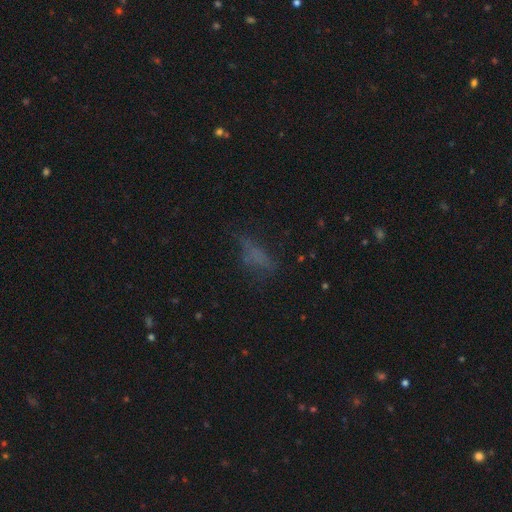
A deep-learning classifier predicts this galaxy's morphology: smooth-or-featured: smooth: 49% | star or artifact: 26% | featured or disk: 25%
  merging: none: 48% | major disturbance: 25% | minor disturbance: 24% | merger: 3%